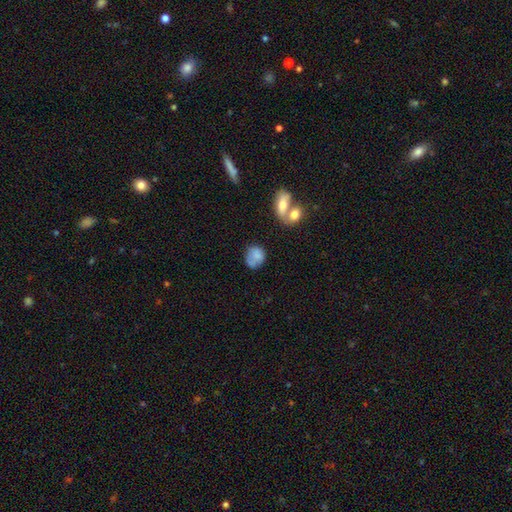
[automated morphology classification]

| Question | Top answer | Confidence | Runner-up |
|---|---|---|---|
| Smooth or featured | smooth | 75% | featured or disk (16%) |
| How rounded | round | 52% | in between (47%) |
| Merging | none | 46% | minor disturbance (26%) |